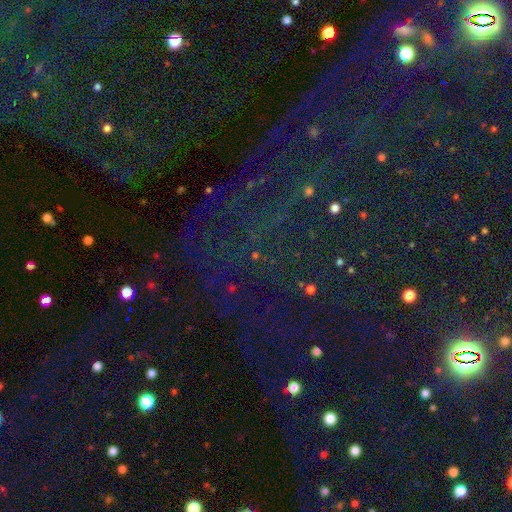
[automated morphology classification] Smooth or featured: star or artifact — 73% (smooth — 18%)